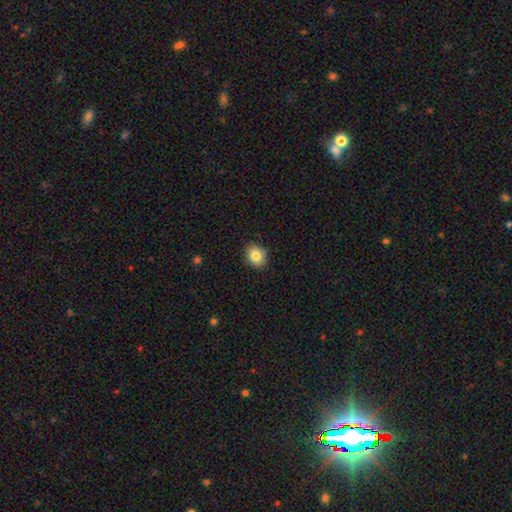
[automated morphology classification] This appears to be a smooth galaxy with no disk features (83%) that is round (53%). Merging: none (87%).